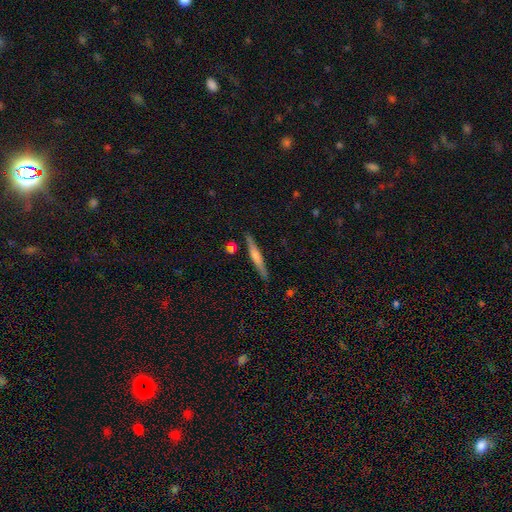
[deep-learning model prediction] featured or disk 48%, smooth 46%, star or artifact 6%. Down the decision tree: merging — none (86%).